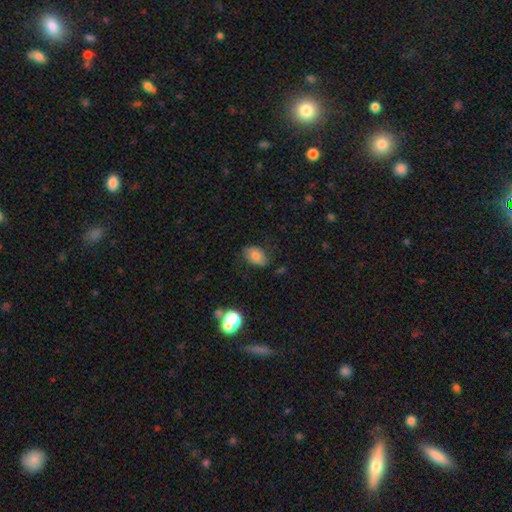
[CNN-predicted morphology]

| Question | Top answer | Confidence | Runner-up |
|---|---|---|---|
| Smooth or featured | smooth | 75% | featured or disk (15%) |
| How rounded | in between | 84% | round (15%) |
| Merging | none | 74% | minor disturbance (19%) |